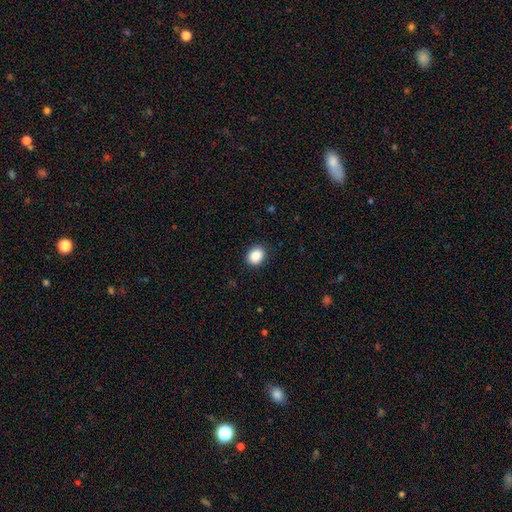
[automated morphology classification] smooth_or_featured: smooth (p=0.89) [alt: star or artifact p=0.08]
how_rounded: round (p=0.50) [alt: in between p=0.49]
merging: none (p=0.89) [alt: minor disturbance p=0.08]